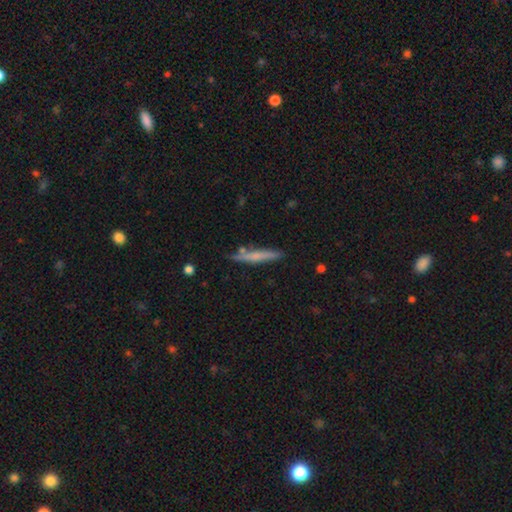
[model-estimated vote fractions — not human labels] Q: Smooth or featured?
A: smooth (57%); runner-up: featured or disk (36%)
Q: How rounded?
A: cigar-shaped (94%); runner-up: in between (4%)
Q: Merging?
A: none (81%); runner-up: minor disturbance (13%)